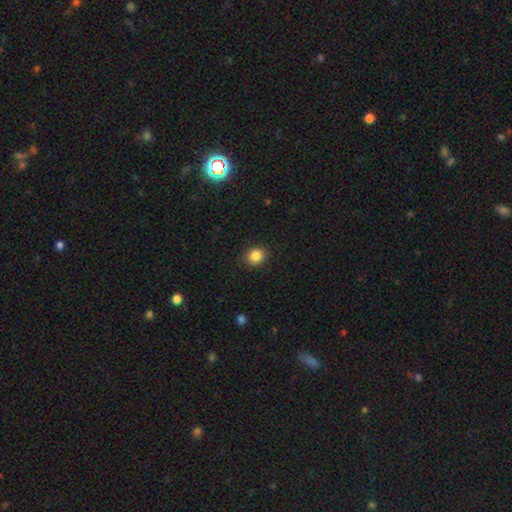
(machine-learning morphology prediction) Q: Smooth or featured?
A: smooth (86%); runner-up: star or artifact (10%)
Q: How rounded?
A: round (77%); runner-up: in between (22%)
Q: Merging?
A: none (89%); runner-up: minor disturbance (7%)